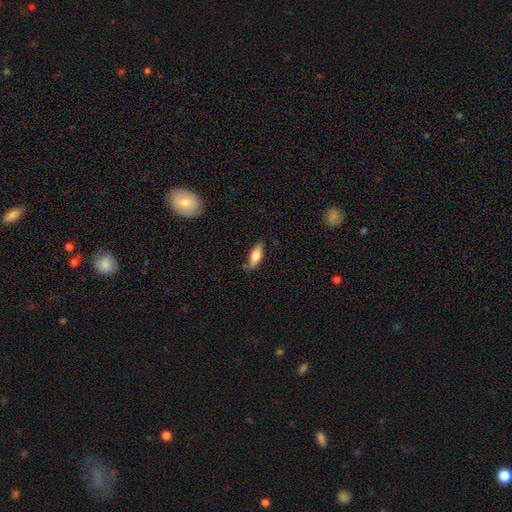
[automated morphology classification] The model was most divided on "how rounded": in between: 64%, cigar-shaped: 34%, round: 2%. More confident: merging — none (75%); smooth or featured — smooth (71%).